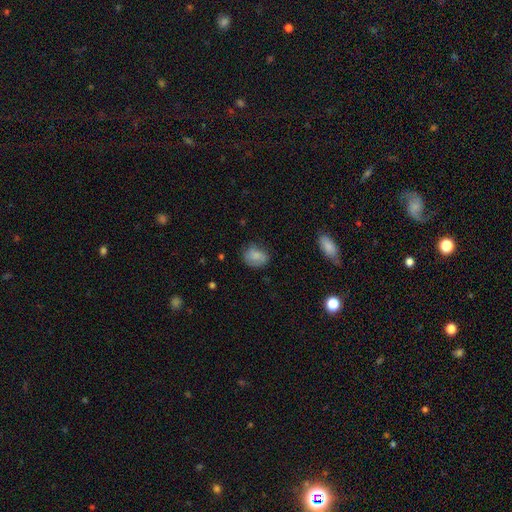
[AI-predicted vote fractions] A smooth galaxy with no disk features (80%) that is in between round and cigar-shaped (57%).

Vote fractions:
- Smooth or featured? smooth: 80% / featured or disk: 12% / star or artifact: 8%
- How rounded? in between: 57% / round: 42% / cigar-shaped: 1%
- Merging? none: 66% / minor disturbance: 25% / major disturbance: 7% / merger: 2%